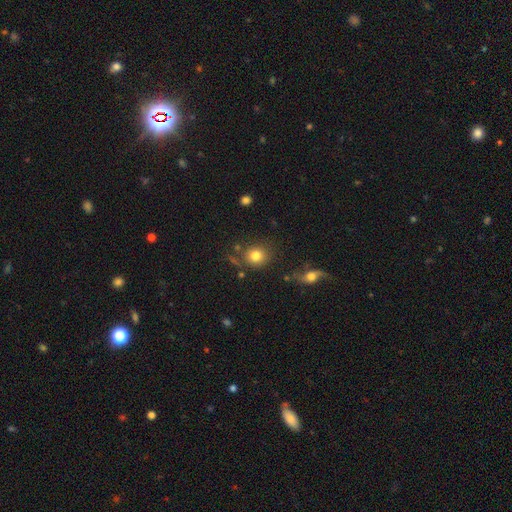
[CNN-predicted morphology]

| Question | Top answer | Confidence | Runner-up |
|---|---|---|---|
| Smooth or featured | smooth | 80% | star or artifact (11%) |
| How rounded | round | 84% | in between (15%) |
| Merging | none | 76% | minor disturbance (12%) |